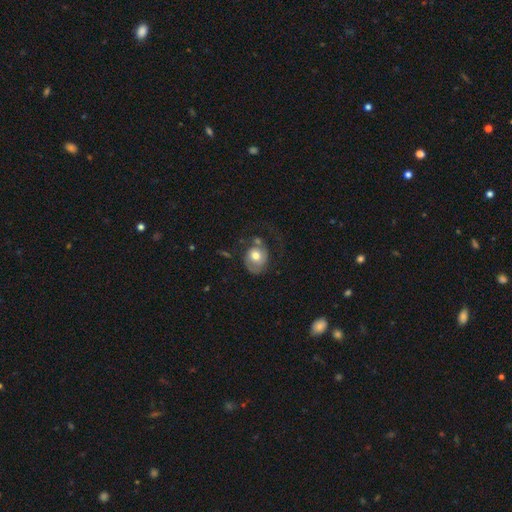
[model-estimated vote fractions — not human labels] Smooth or featured? smooth (52%)
How rounded? round (66%)
Merging? none (40%)